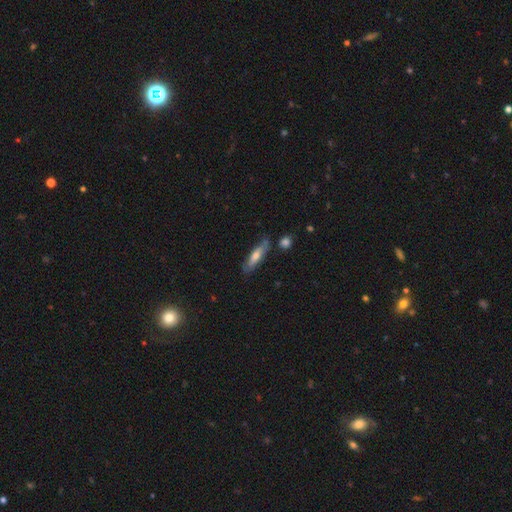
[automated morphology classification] A smooth galaxy with no disk features (53%) that is cigar-shaped (69%). Merging: none (72%).